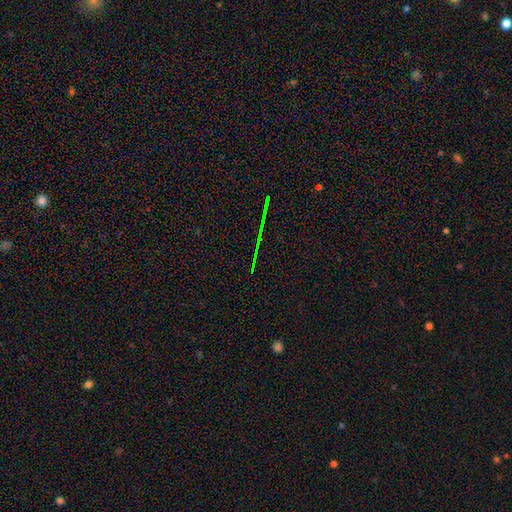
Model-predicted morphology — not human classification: Smooth or featured? star or artifact (80%)